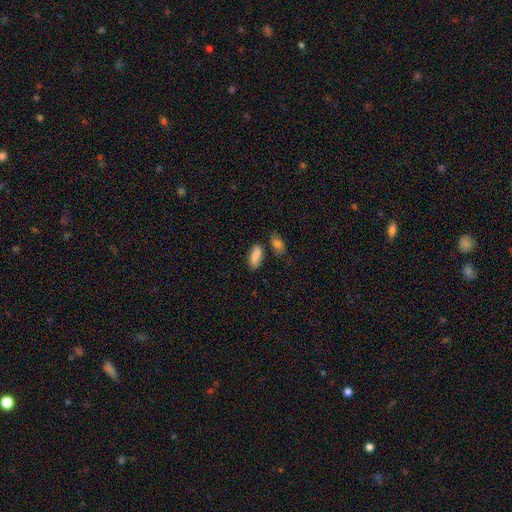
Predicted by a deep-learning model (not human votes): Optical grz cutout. It shows a smooth galaxy with no disk features (87%) that is in between round and cigar-shaped (83%). Merging: none (72%).